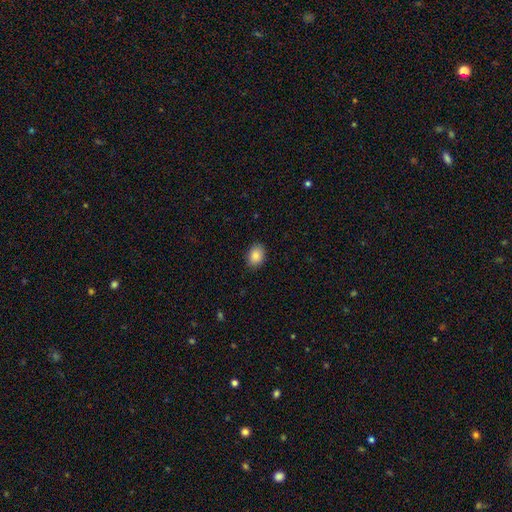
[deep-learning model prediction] smooth_or_featured: smooth (p=0.86) [alt: star or artifact p=0.08]
how_rounded: in between (p=0.73) [alt: round p=0.26]
merging: none (p=0.88) [alt: minor disturbance p=0.09]